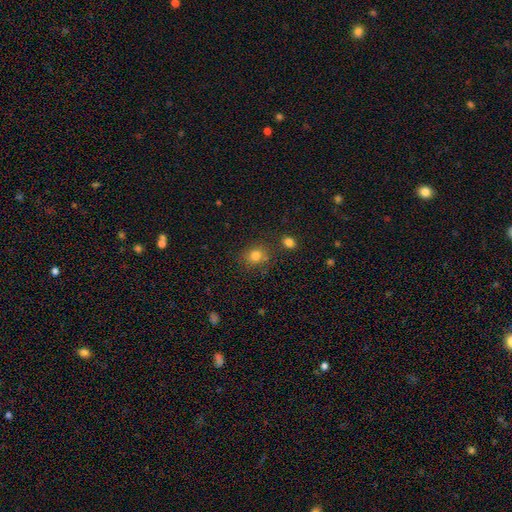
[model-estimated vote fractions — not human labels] Smooth or featured: smooth — 80% (star or artifact — 13%)
How rounded: round — 69% (in between — 31%)
Merging: none — 74% (minor disturbance — 13%)